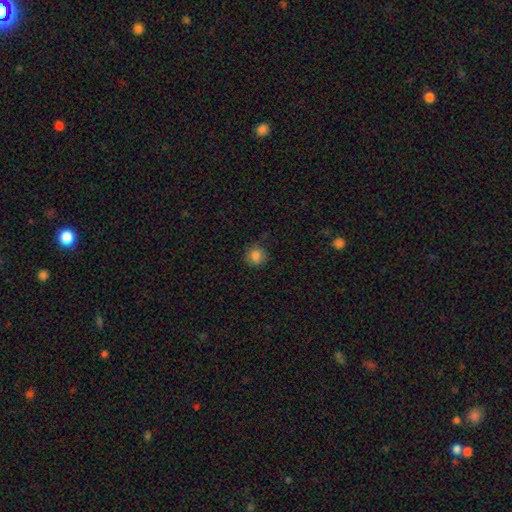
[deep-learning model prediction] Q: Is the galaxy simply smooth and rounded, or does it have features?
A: smooth — 84%.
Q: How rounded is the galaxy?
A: round — 89%.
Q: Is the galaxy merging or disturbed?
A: none — 77%.